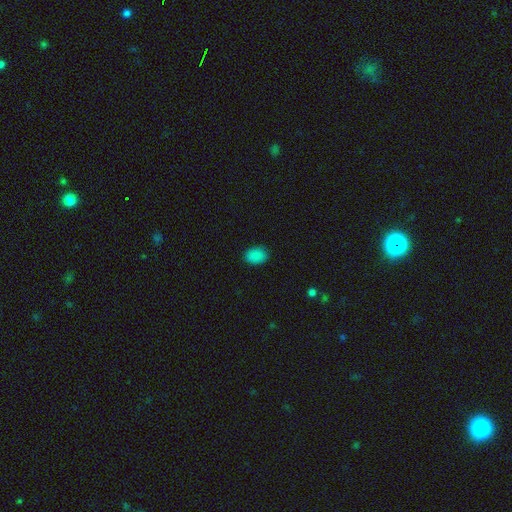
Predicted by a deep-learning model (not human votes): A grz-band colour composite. It shows a smooth galaxy with no disk features (87%) that is in between round and cigar-shaped (80%). Merging: none (87%).